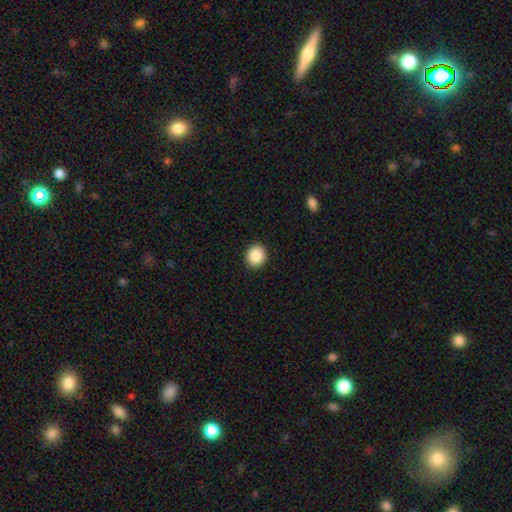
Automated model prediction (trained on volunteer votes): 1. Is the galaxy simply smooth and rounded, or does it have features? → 88% smooth, 8% star or artifact, 4% featured or disk.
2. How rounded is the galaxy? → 81% round, 18% in between, 1% cigar-shaped.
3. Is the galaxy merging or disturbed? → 92% none, 5% minor disturbance, 2% major disturbance, 1% merger.